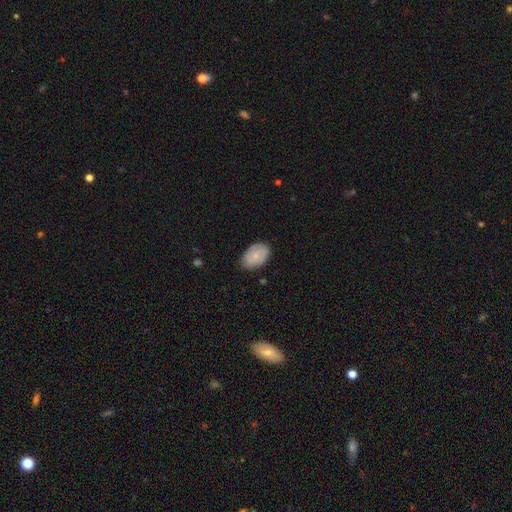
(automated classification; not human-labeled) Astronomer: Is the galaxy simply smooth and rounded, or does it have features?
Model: smooth — 64%.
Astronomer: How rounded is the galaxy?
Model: in between — 88%.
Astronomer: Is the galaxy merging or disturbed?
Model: none — 78%.